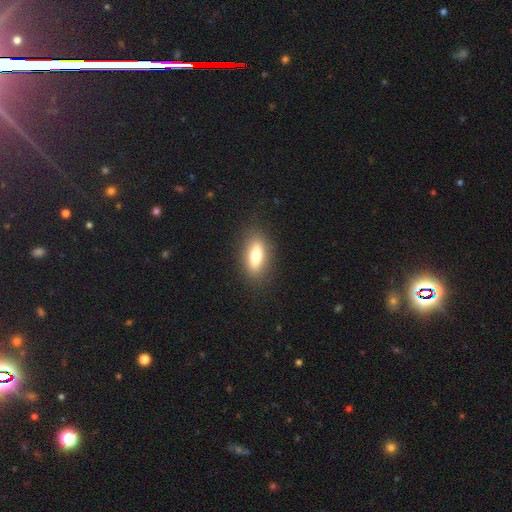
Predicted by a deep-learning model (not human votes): smooth 71%, featured or disk 21%, star or artifact 8%. Down the decision tree: how rounded — in between (75%); merging — none (87%).